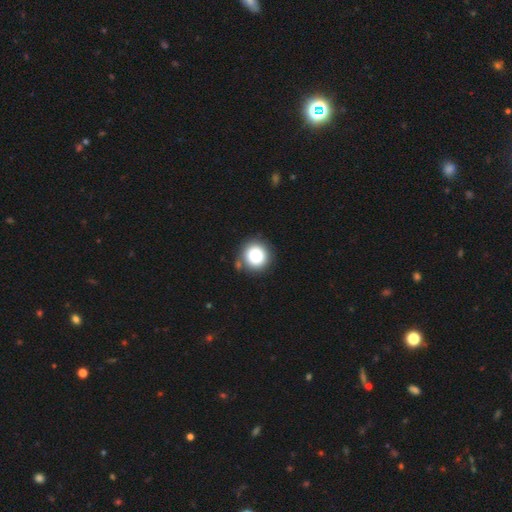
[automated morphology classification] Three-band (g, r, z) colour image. It shows a smooth galaxy with no disk features (85%) that is round (94%). Merging: none (84%).